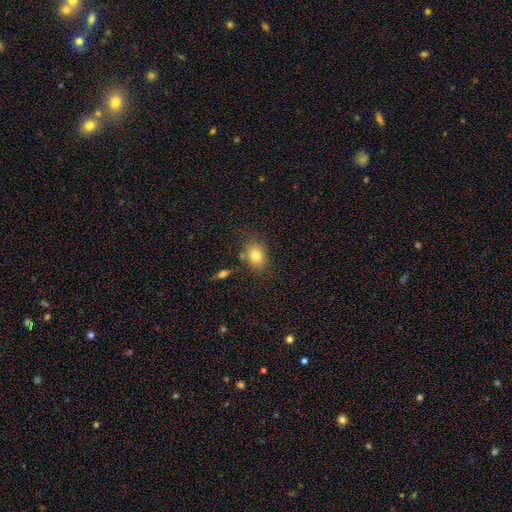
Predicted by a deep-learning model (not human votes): The model was most divided on "how rounded": in between: 70%, round: 28%, cigar-shaped: 1%. More confident: smooth or featured — smooth (80%); merging — none (72%).